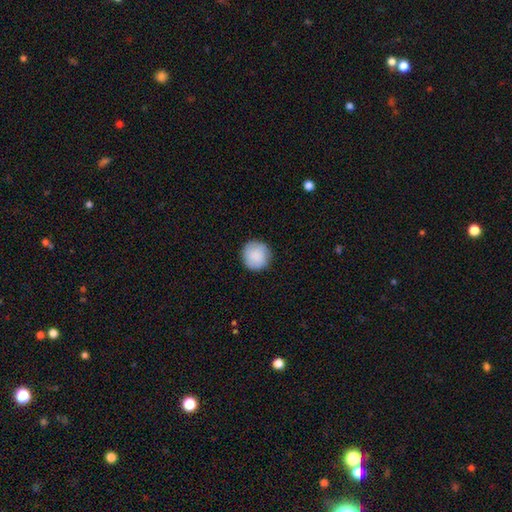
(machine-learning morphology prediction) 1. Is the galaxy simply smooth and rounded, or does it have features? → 87% smooth, 7% featured or disk, 6% star or artifact.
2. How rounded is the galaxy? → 95% round, 4% in between, 1% cigar-shaped.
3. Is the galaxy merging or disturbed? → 88% none, 8% minor disturbance, 2% major disturbance, 1% merger.